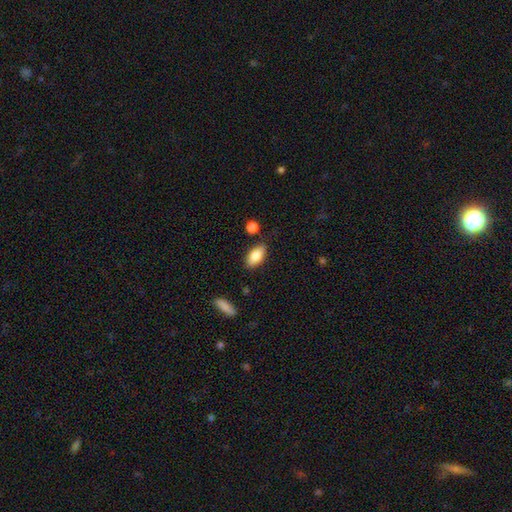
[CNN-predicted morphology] The model was most divided on "merging": none: 81%, minor disturbance: 13%, merger: 3%, major disturbance: 3%. More confident: how rounded — in between (88%); smooth or featured — smooth (81%).